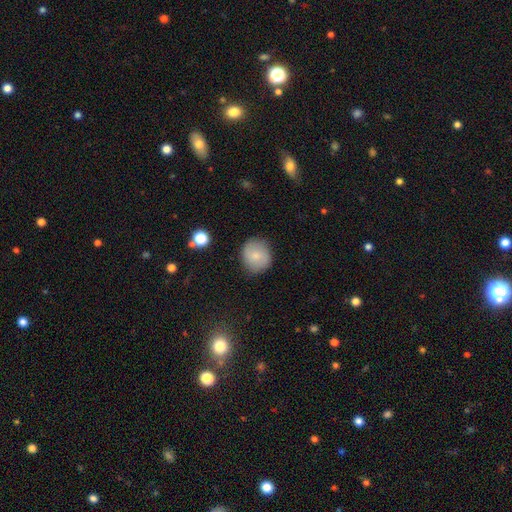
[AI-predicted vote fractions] Morphology: type=smooth (76%); roundness=round (84%); merging=none (83%).